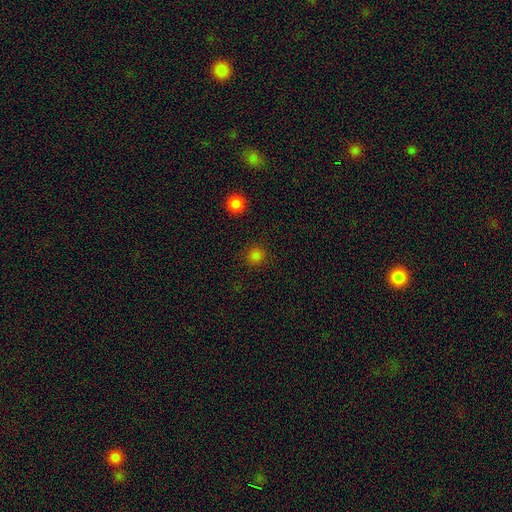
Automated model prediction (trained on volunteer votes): smooth_or_featured: smooth (p=0.81) [alt: star or artifact p=0.16]
how_rounded: round (p=0.92) [alt: in between p=0.07]
merging: none (p=0.89) [alt: minor disturbance p=0.06]